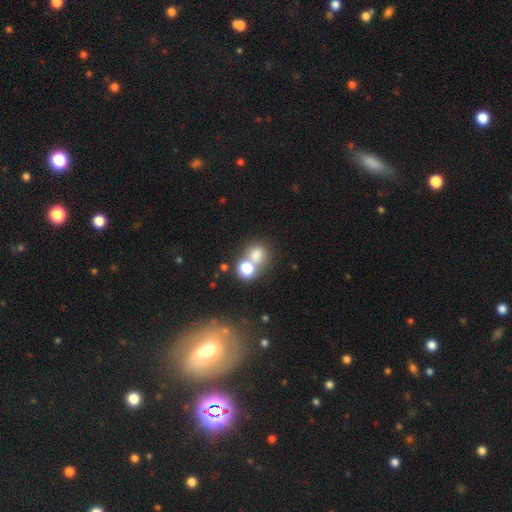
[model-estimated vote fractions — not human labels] This is likely a smooth galaxy (72%). How rounded: likely round (76%). Merging: possibly merger (48%).